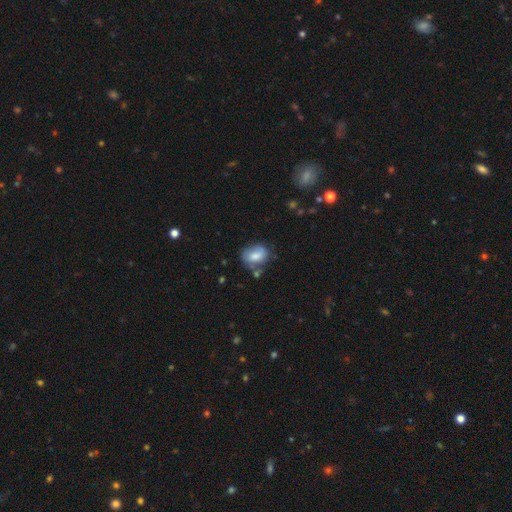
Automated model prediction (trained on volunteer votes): smooth-or-featured: smooth: 68% | featured or disk: 24% | star or artifact: 8%
  how-rounded: in between: 70% | round: 29% | cigar-shaped: 2%
  merging: none: 57% | minor disturbance: 26% | major disturbance: 9% | merger: 9%